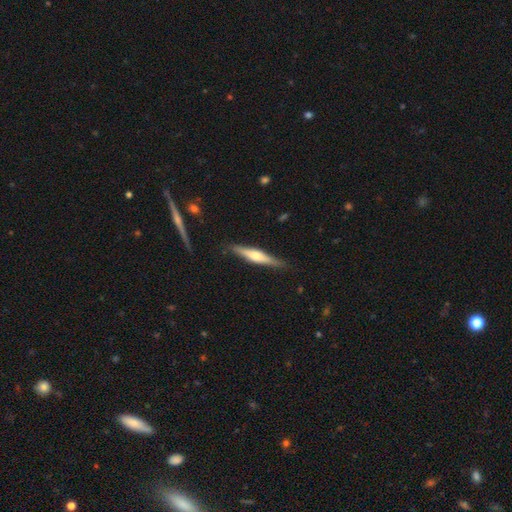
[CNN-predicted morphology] The model was most divided on "smooth or featured": featured or disk: 60%, smooth: 35%, star or artifact: 5%. More confident: edge-on disk — yes (96%); merging — none (86%); edge-on bulge — rounded (84%).